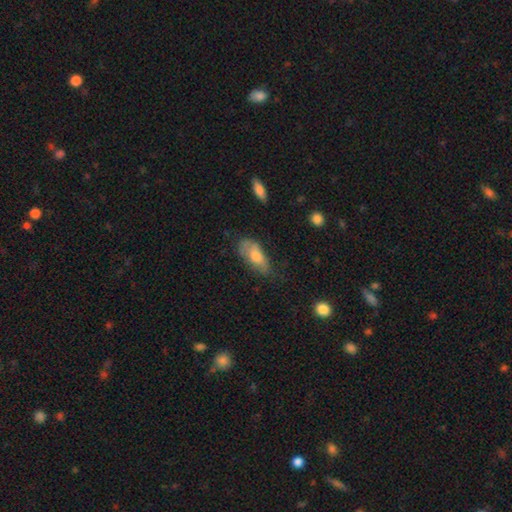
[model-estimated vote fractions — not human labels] Morphology: type=smooth (65%); roundness=in between (82%); merging=none (46%).